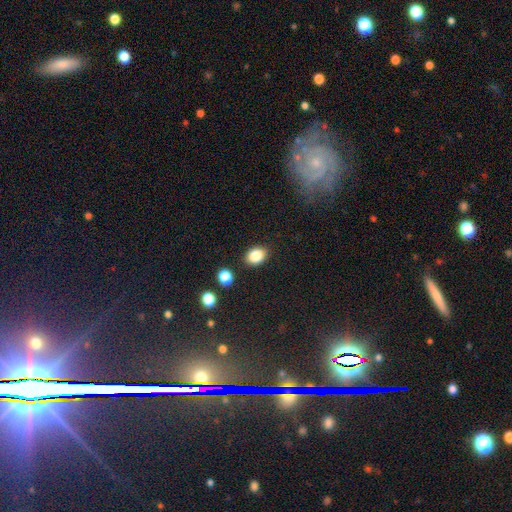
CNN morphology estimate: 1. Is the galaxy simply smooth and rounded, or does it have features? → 86% smooth, 9% star or artifact, 5% featured or disk.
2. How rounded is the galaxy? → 73% in between, 26% round, 1% cigar-shaped.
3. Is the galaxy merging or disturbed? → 86% none, 9% minor disturbance, 3% merger, 2% major disturbance.